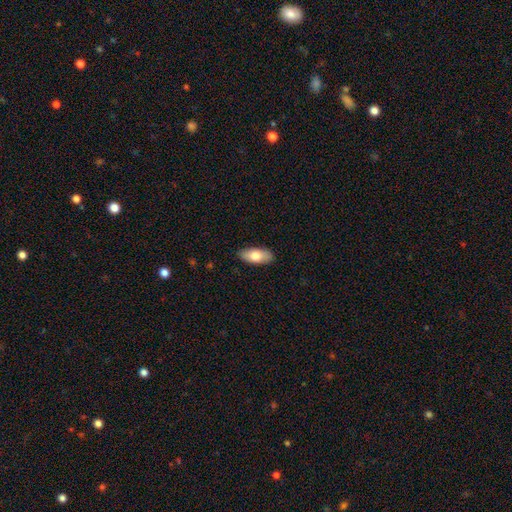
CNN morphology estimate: Smooth or featured: smooth — 77% (featured or disk — 17%)
How rounded: in between — 88% (cigar-shaped — 10%)
Merging: none — 87% (minor disturbance — 10%)